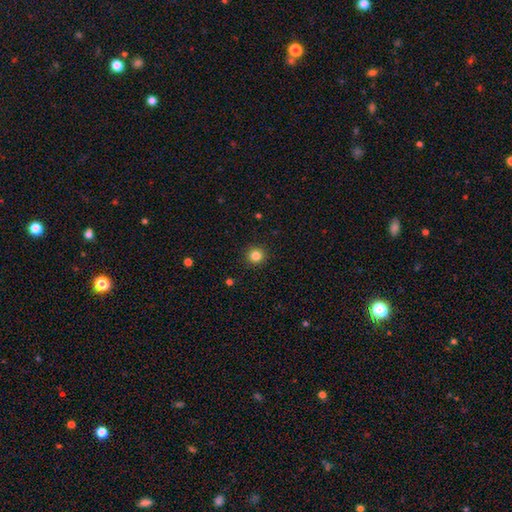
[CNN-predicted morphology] smooth-or-featured: smooth: 84% | star or artifact: 12% | featured or disk: 4%
  how-rounded: round: 94% | in between: 5% | cigar-shaped: 1%
  merging: none: 92% | minor disturbance: 5% | major disturbance: 2% | merger: 1%